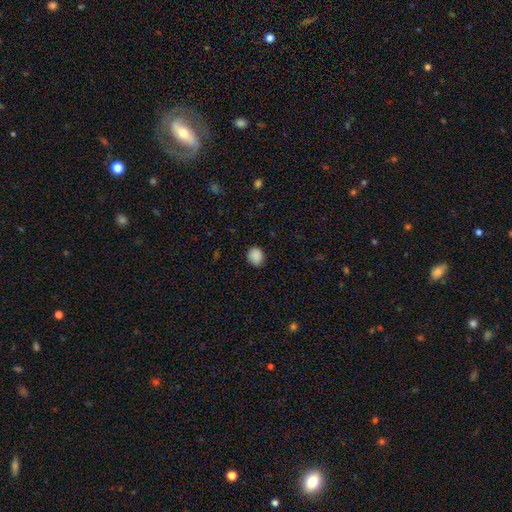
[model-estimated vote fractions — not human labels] smooth-or-featured: smooth: 88% | star or artifact: 8% | featured or disk: 3%
  how-rounded: round: 64% | in between: 35% | cigar-shaped: 1%
  merging: none: 84% | minor disturbance: 13% | major disturbance: 3% | merger: 1%